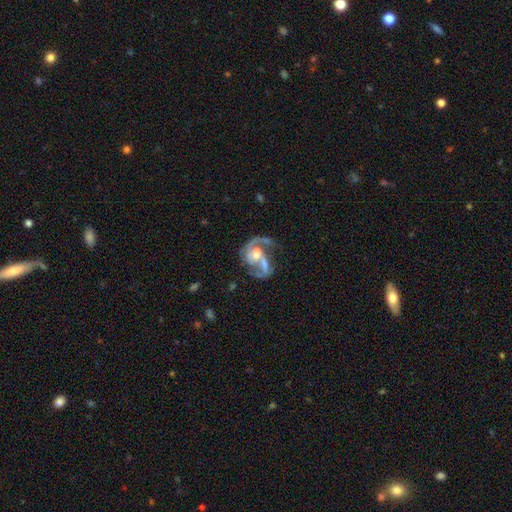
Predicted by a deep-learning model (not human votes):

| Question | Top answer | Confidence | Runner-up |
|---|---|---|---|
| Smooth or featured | featured or disk | 83% | smooth (10%) |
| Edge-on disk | no | 98% | yes (2%) |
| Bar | no | 45% | weak (39%) |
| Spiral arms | yes | 89% | no (11%) |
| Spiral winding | medium | 47% | loose (38%) |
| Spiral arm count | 2 | 77% | 1 (12%) |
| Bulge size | moderate | 44% | small (31%) |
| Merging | merger | 33% | none (31%) |